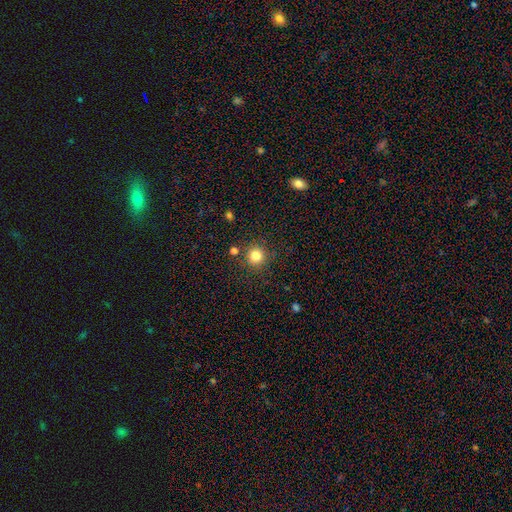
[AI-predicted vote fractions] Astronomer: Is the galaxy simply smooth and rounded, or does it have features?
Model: smooth — 82%.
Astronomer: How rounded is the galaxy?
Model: round — 95%.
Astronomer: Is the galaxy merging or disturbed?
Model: none — 87%.